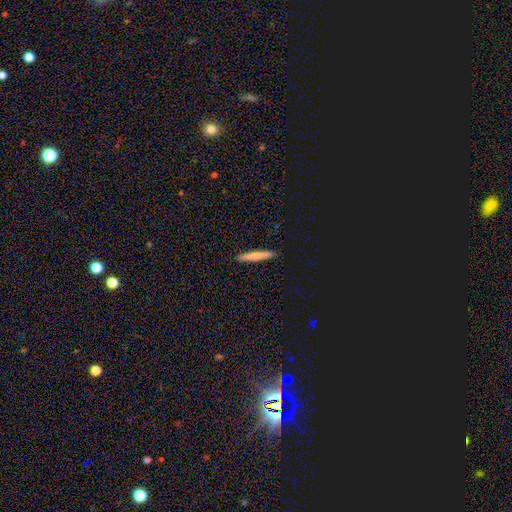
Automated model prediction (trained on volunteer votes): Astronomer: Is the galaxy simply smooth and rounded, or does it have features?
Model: smooth — 77%.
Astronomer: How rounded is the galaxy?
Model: cigar-shaped — 96%.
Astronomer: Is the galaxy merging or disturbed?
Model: none — 92%.